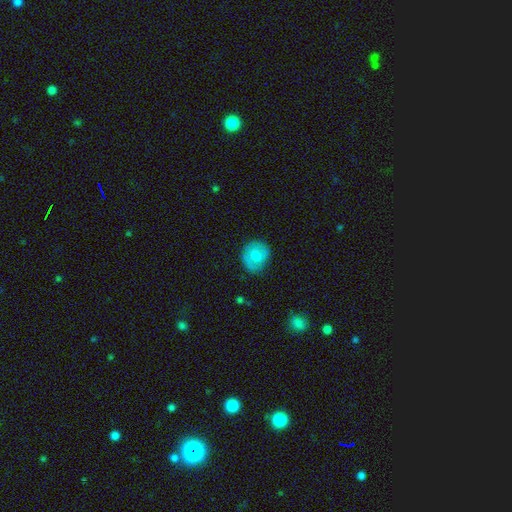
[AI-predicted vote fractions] Smooth or featured? smooth (59%)
How rounded? round (72%)
Merging? none (78%)